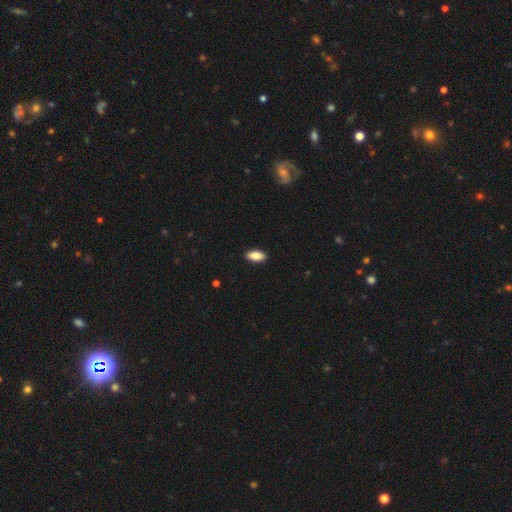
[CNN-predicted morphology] The model was most divided on "smooth or featured": smooth: 88%, star or artifact: 6%, featured or disk: 6%. More confident: merging — none (91%); how rounded — in between (90%).